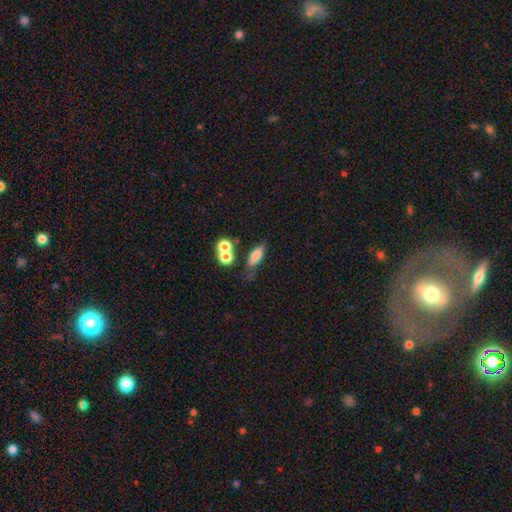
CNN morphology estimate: Q: Smooth or featured?
A: smooth (74%); runner-up: featured or disk (16%)
Q: How rounded?
A: in between (54%); runner-up: cigar-shaped (38%)
Q: Merging?
A: none (58%); runner-up: minor disturbance (18%)